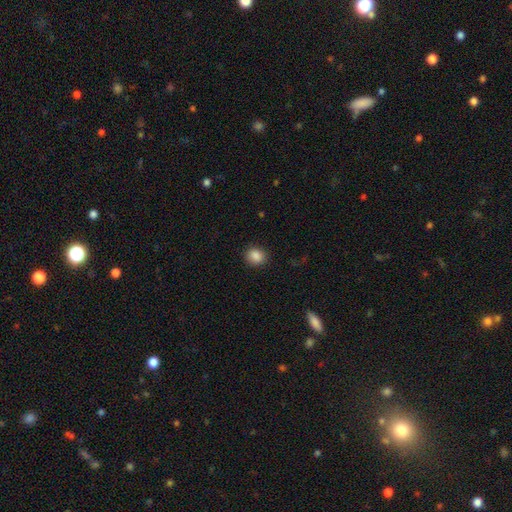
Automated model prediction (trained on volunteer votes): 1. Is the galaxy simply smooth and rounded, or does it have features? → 88% smooth, 9% star or artifact, 3% featured or disk.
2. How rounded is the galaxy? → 67% round, 32% in between, 1% cigar-shaped.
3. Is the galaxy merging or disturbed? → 89% none, 8% minor disturbance, 2% major disturbance, 1% merger.